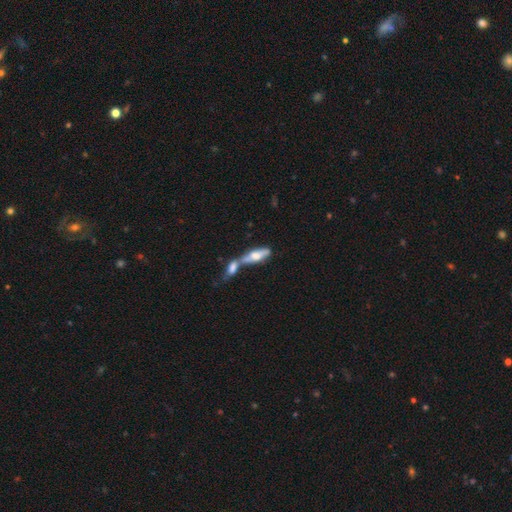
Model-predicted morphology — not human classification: Overall: smooth (53%; featured or disk 39%). How rounded: in between (58%; cigar-shaped 39%). Merging: merger (69%).